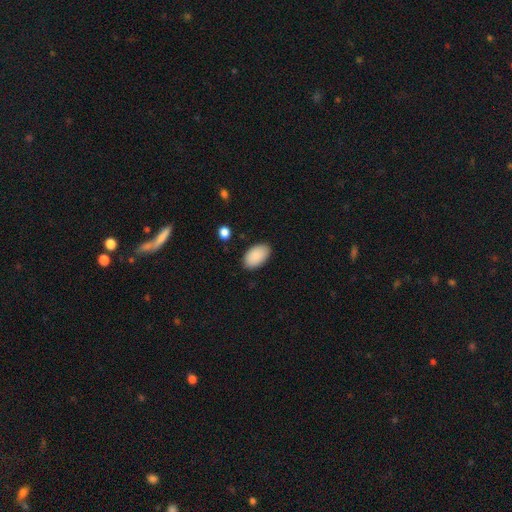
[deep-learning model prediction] Q: Smooth or featured?
A: smooth (90%); runner-up: star or artifact (6%)
Q: How rounded?
A: in between (94%); runner-up: round (5%)
Q: Merging?
A: none (86%); runner-up: minor disturbance (10%)